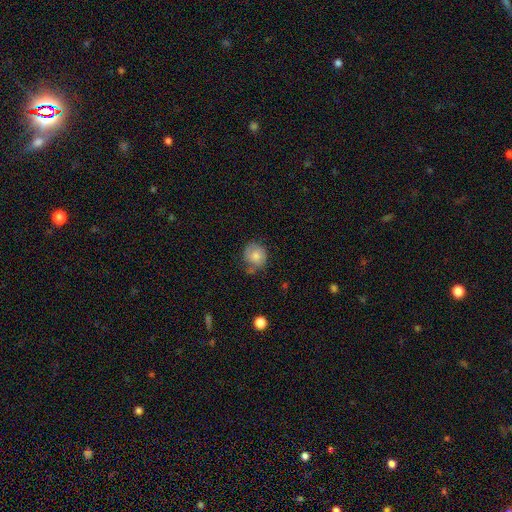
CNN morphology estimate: Smooth or featured? smooth (76%)
How rounded? round (79%)
Merging? none (57%)